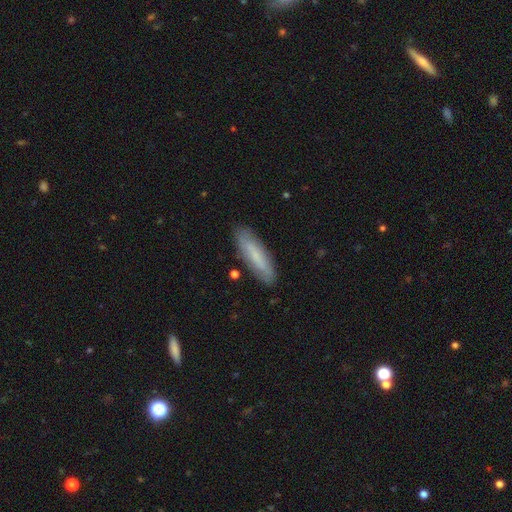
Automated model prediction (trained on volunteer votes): This appears to be a smooth galaxy with no disk features (62%) that is cigar-shaped (68%). Merging: none (84%).